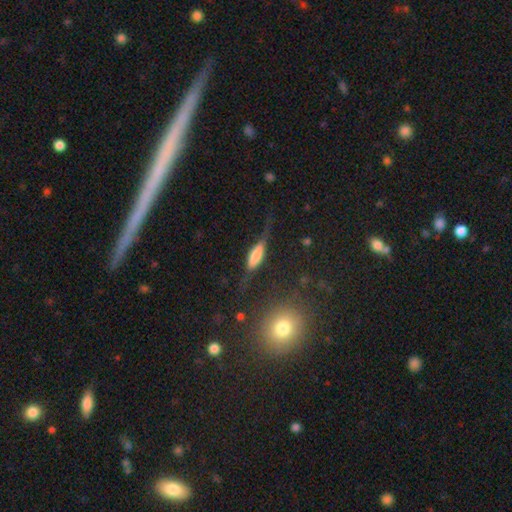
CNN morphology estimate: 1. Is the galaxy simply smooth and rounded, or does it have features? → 49% smooth, 43% featured or disk, 8% star or artifact.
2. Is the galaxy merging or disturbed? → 50% none, 26% minor disturbance, 20% major disturbance, 4% merger.